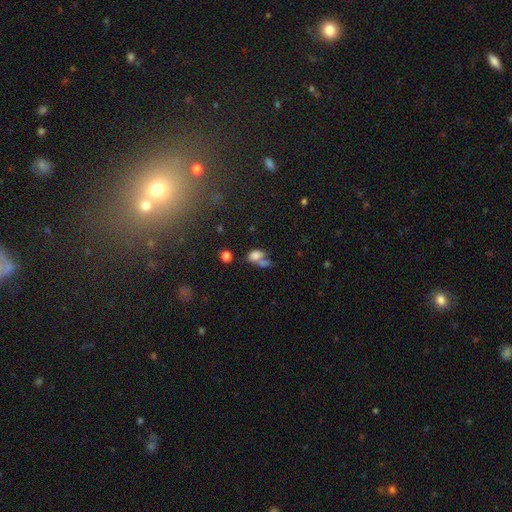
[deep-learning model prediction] This is likely a smooth galaxy (76%). How rounded: clearly in between (83%). Merging: possibly merger (49%).